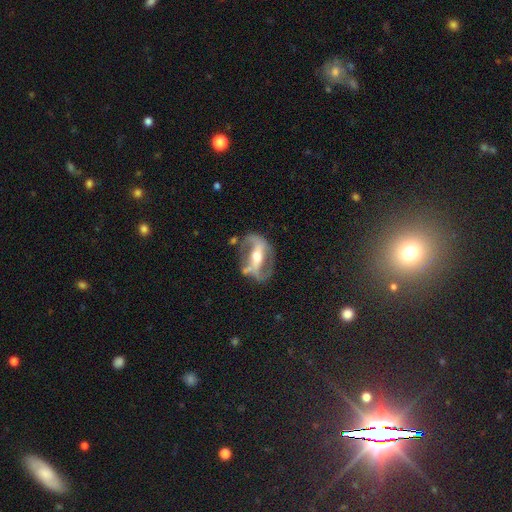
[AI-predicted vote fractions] Q: Smooth or featured?
A: featured or disk (84%); runner-up: smooth (10%)
Q: Edge-on disk?
A: no (87%); runner-up: yes (13%)
Q: Bar?
A: strong (65%); runner-up: weak (21%)
Q: Spiral arms?
A: yes (73%); runner-up: no (27%)
Q: Spiral winding?
A: medium (42%); runner-up: loose (37%)
Q: Spiral arm count?
A: 2 (84%); runner-up: can't tell (8%)
Q: Bulge size?
A: moderate (68%); runner-up: small (19%)
Q: Merging?
A: none (63%); runner-up: minor disturbance (18%)